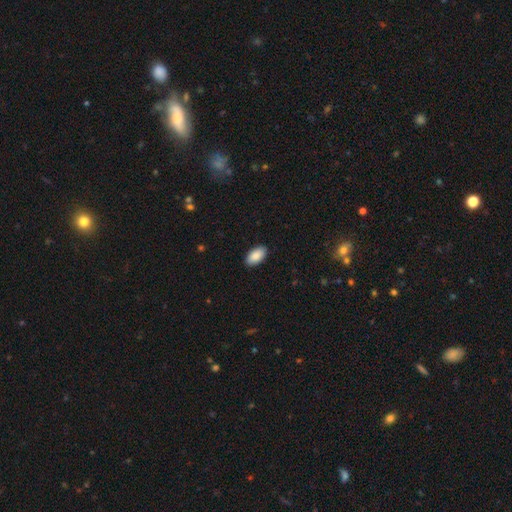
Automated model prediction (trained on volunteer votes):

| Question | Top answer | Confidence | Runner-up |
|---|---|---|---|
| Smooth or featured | smooth | 90% | star or artifact (6%) |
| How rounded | in between | 95% | round (3%) |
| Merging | none | 89% | minor disturbance (8%) |